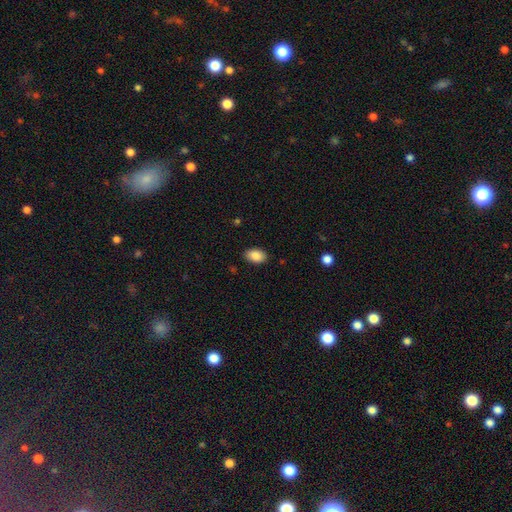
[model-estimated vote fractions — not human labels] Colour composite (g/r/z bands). It shows a smooth galaxy with no disk features (88%) that is in between round and cigar-shaped (90%). Merging: none (87%).